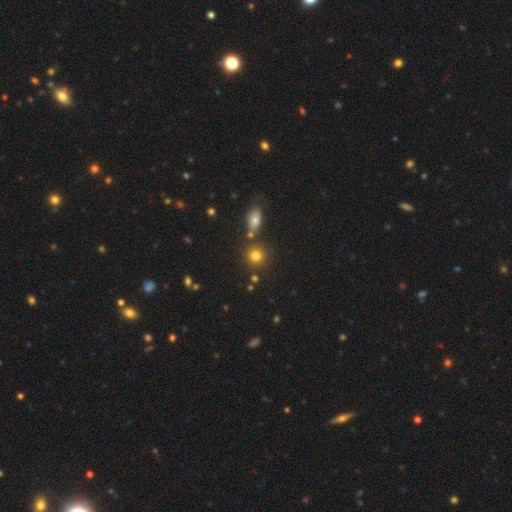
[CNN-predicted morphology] The model was most divided on "merging": none: 76%, merger: 12%, minor disturbance: 9%, major disturbance: 3%. More confident: how rounded — round (86%); smooth or featured — smooth (80%).